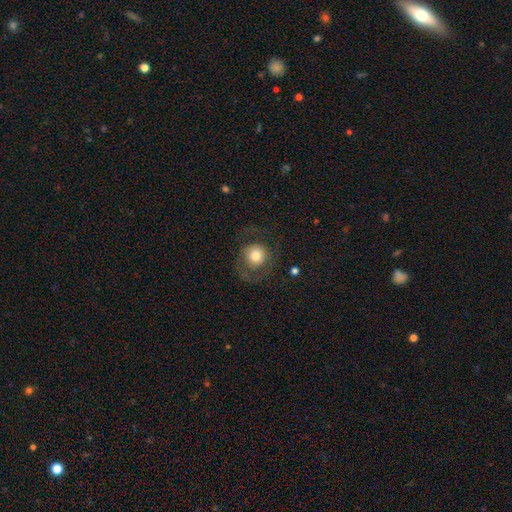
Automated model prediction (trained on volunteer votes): smooth_or_featured: smooth (p=0.62) [alt: featured or disk p=0.29]
how_rounded: round (p=0.88) [alt: in between p=0.11]
merging: none (p=0.61) [alt: major disturbance p=0.22]